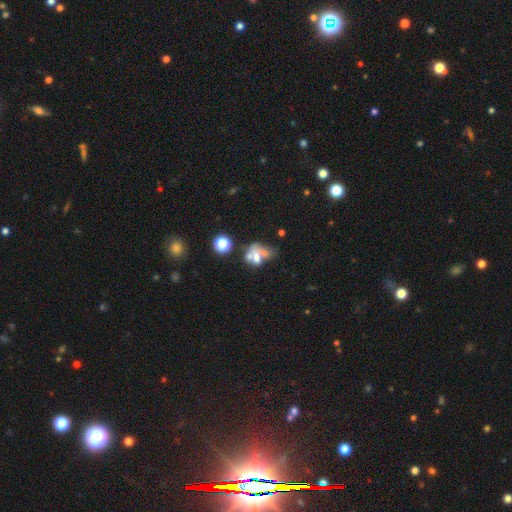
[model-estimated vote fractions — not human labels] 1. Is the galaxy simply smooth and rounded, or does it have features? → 49% smooth, 33% featured or disk, 18% star or artifact.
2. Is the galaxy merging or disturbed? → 39% merger, 23% major disturbance, 22% none, 15% minor disturbance.